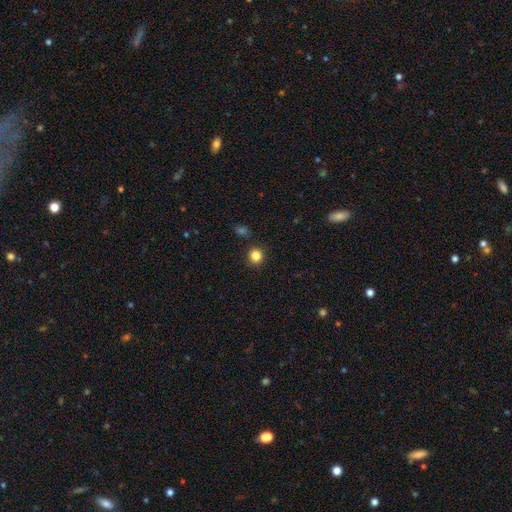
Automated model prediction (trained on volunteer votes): This is clearly a smooth galaxy (83%). How rounded: clearly round (91%). Merging: clearly none (89%).